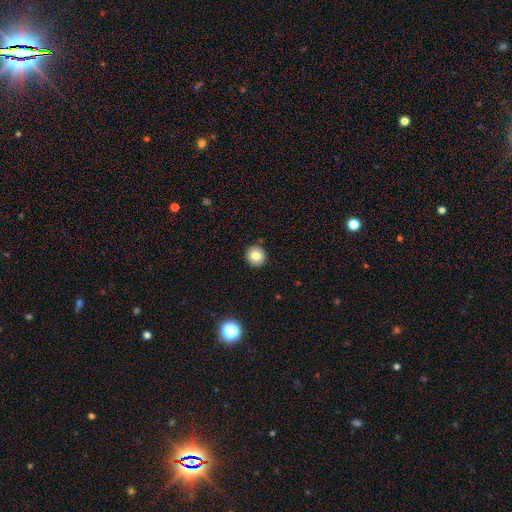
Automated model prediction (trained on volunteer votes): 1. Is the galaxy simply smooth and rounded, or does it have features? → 81% smooth, 10% star or artifact, 8% featured or disk.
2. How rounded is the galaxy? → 90% round, 9% in between, 1% cigar-shaped.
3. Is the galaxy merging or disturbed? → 91% none, 6% minor disturbance, 2% major disturbance, 1% merger.